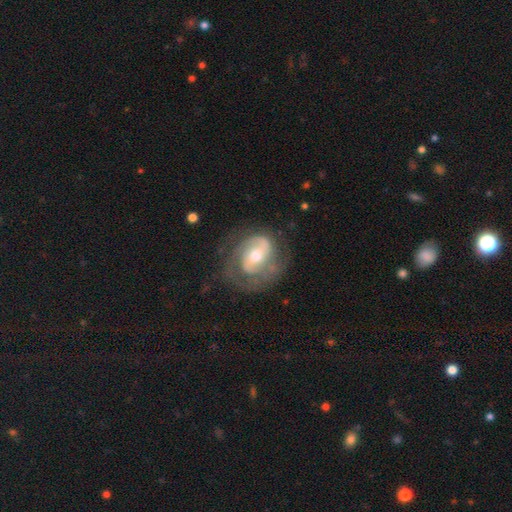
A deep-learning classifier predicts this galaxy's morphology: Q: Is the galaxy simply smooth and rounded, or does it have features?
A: featured or disk — 81%.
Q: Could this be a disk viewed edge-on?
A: no — 97%.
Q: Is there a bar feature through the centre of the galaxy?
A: weak — 42%.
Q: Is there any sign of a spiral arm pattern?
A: yes — 90%.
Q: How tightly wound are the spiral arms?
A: tight — 44%.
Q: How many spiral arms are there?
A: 2 — 59%.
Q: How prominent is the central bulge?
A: moderate — 59%.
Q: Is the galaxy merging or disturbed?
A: none — 61%.